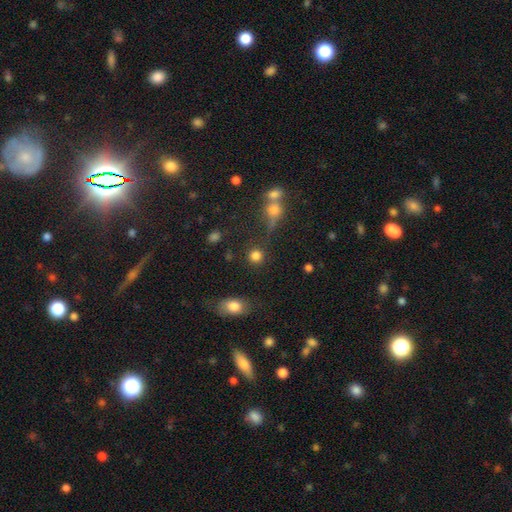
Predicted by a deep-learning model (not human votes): A smooth galaxy with no disk features (82%) that is round (90%).

Vote fractions:
- Smooth or featured? smooth: 82% / star or artifact: 13% / featured or disk: 5%
- How rounded? round: 90% / in between: 9% / cigar-shaped: 1%
- Merging? none: 80% / minor disturbance: 9% / merger: 7% / major disturbance: 5%